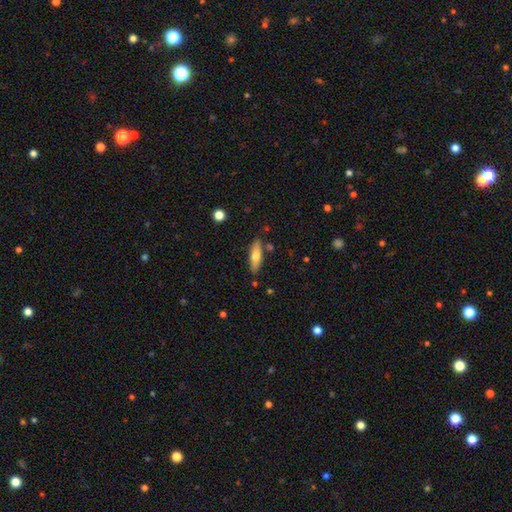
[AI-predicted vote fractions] A smooth galaxy with no disk features (65%) that is cigar-shaped (55%). Merging: none (82%).